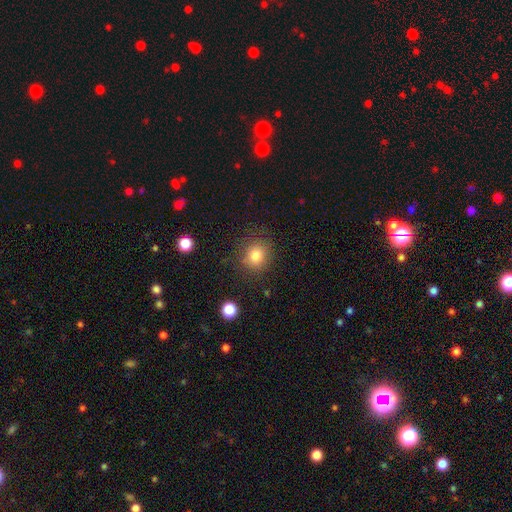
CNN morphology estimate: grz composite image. It shows a smooth galaxy with no disk features (80%) that is round (79%). Merging: none (81%).